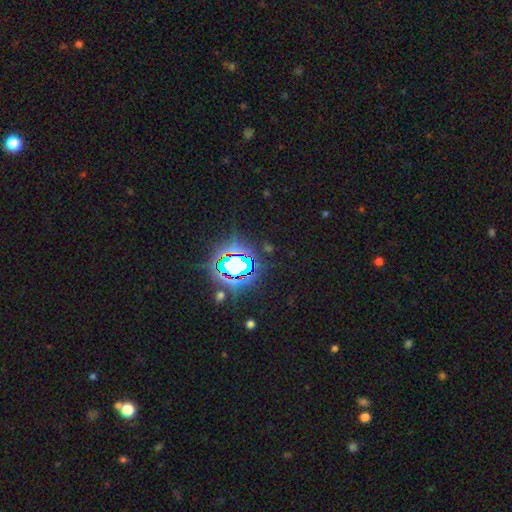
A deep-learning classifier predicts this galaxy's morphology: Smooth or featured? star or artifact (82%)